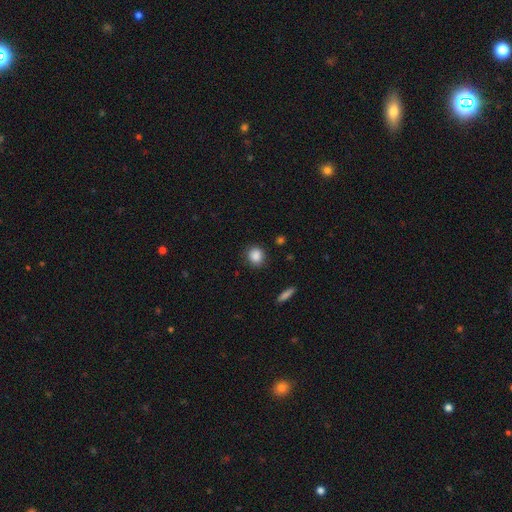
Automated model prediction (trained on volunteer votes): smooth 87%, star or artifact 9%, featured or disk 4%. Down the decision tree: how rounded — round (80%); merging — none (86%).